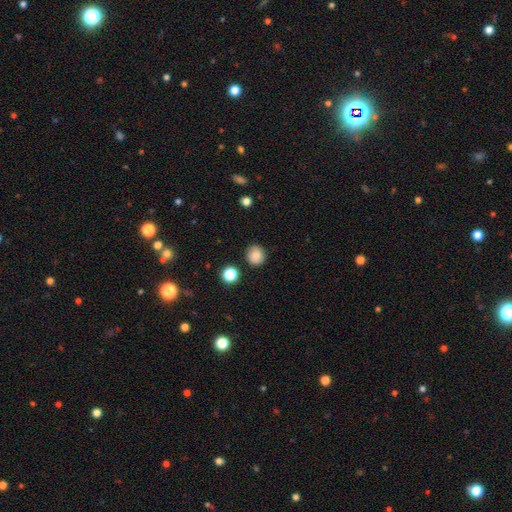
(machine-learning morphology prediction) smooth-or-featured: smooth: 85% | star or artifact: 10% | featured or disk: 5%
  how-rounded: round: 86% | in between: 13% | cigar-shaped: 1%
  merging: none: 87% | minor disturbance: 9% | major disturbance: 2% | merger: 2%